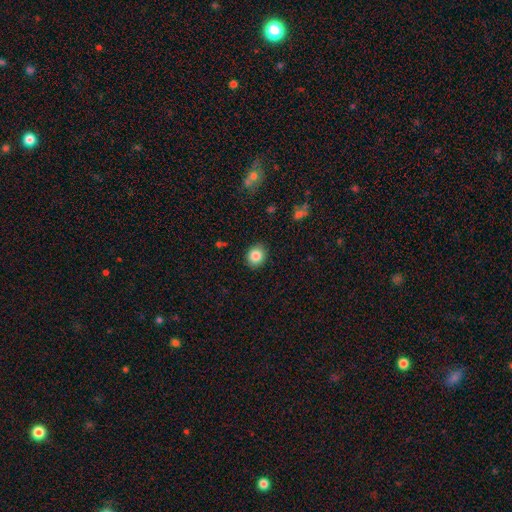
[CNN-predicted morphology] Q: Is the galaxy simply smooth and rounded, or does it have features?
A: smooth — 85%.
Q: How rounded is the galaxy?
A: round — 69%.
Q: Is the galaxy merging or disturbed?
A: none — 89%.